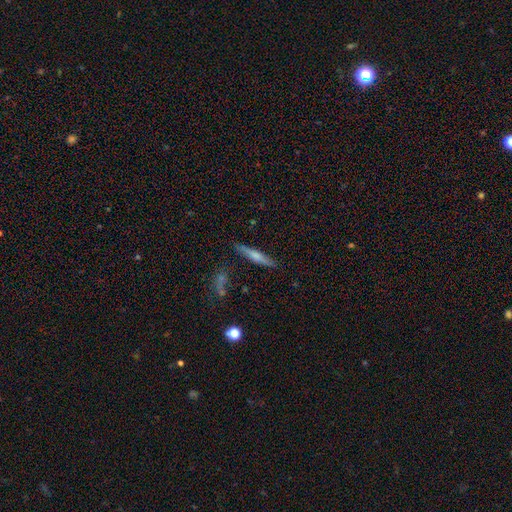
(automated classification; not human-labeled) Overall: smooth (53%; featured or disk 41%). How rounded: cigar-shaped (91%). Merging: none (85%).